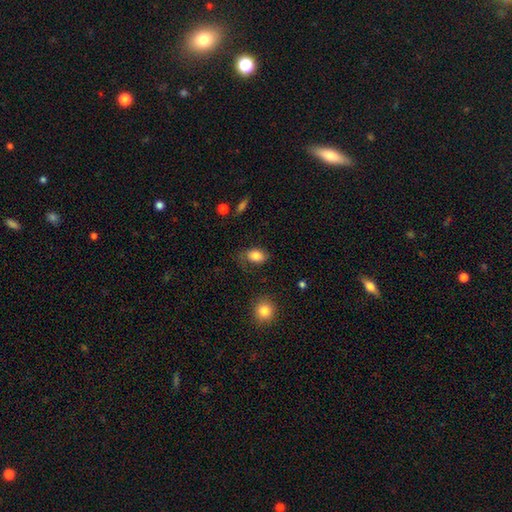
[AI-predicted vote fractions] This appears to be a smooth galaxy with no disk features (81%) that is in between round and cigar-shaped (85%). Merging: none (61%).